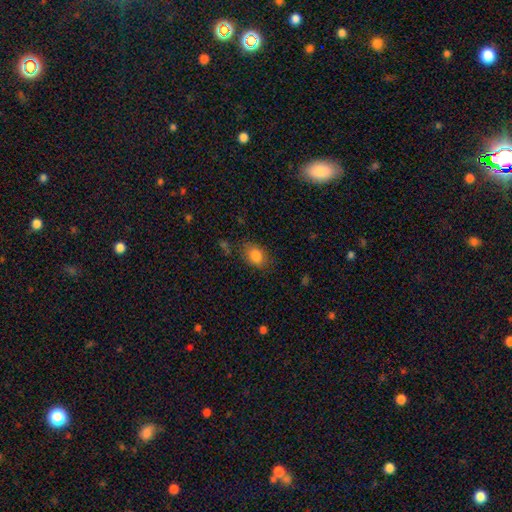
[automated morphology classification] This appears to be a smooth galaxy with no disk features (84%) that is in between round and cigar-shaped (74%). Merging: none (76%).